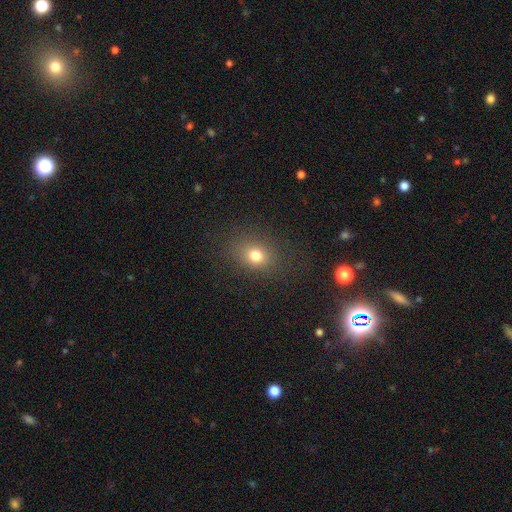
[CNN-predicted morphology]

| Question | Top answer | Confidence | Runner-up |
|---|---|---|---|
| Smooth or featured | smooth | 76% | star or artifact (16%) |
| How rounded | round | 50% | in between (49%) |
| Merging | none | 84% | minor disturbance (10%) |